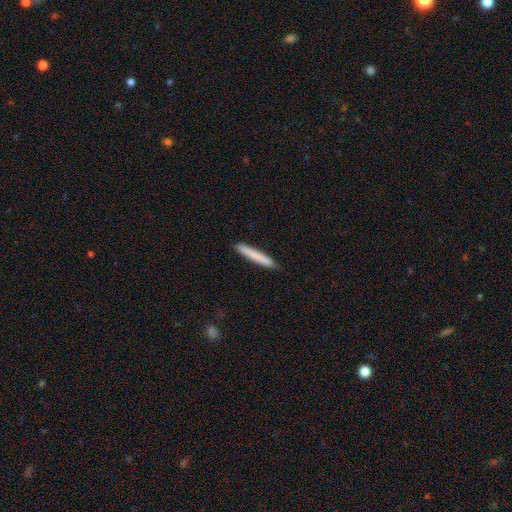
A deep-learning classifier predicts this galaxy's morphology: smooth-or-featured: smooth: 79% | featured or disk: 15% | star or artifact: 6%
  how-rounded: cigar-shaped: 96% | in between: 3% | round: 1%
  merging: none: 91% | minor disturbance: 6% | major disturbance: 1% | merger: 1%